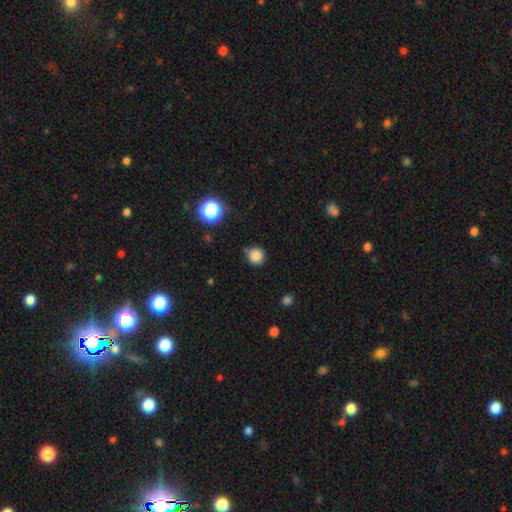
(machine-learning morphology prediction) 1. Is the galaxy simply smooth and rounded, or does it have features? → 83% smooth, 13% star or artifact, 4% featured or disk.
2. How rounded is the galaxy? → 93% round, 6% in between, 1% cigar-shaped.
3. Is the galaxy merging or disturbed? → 80% none, 13% minor disturbance, 4% merger, 3% major disturbance.